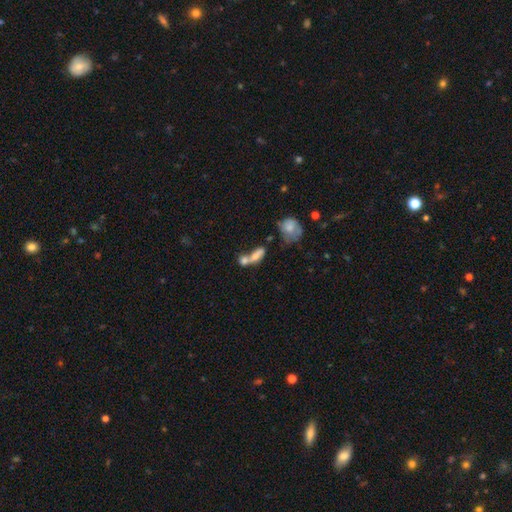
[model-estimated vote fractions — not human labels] Smooth or featured? smooth (67%)
How rounded? in between (68%)
Merging? merger (62%)